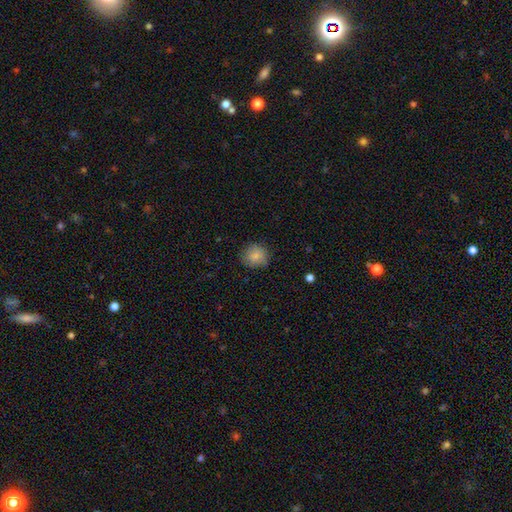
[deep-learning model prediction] This is clearly a smooth galaxy (84%). How rounded: clearly round (85%). Merging: clearly none (81%).